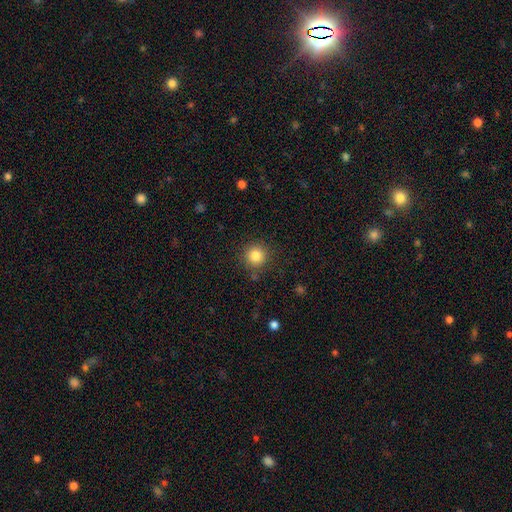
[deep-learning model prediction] A smooth galaxy with no disk features (83%) that is round (94%). Merging: none (86%).